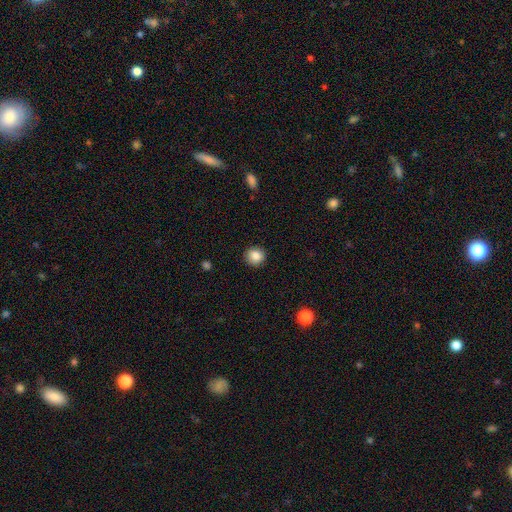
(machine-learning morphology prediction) This is clearly a smooth galaxy (86%). How rounded: clearly round (90%). Merging: clearly none (90%).